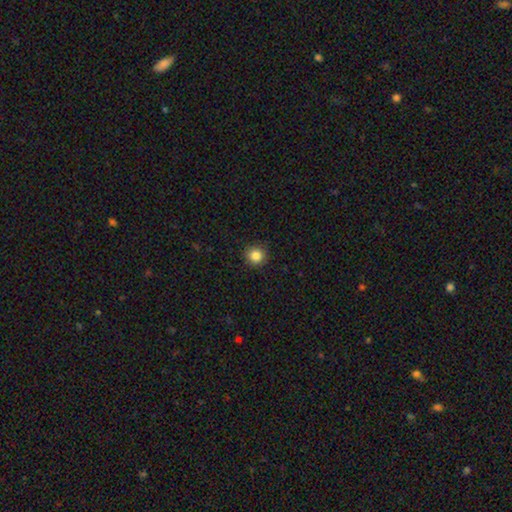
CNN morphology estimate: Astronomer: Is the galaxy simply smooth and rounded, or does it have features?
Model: smooth — 84%.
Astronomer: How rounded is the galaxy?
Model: round — 93%.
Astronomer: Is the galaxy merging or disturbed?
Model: none — 89%.